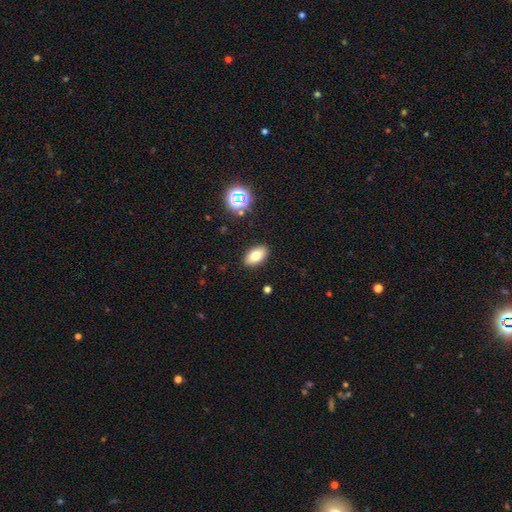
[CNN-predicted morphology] Q: Smooth or featured?
A: smooth (76%); runner-up: featured or disk (14%)
Q: How rounded?
A: in between (92%); runner-up: round (6%)
Q: Merging?
A: none (88%); runner-up: minor disturbance (8%)